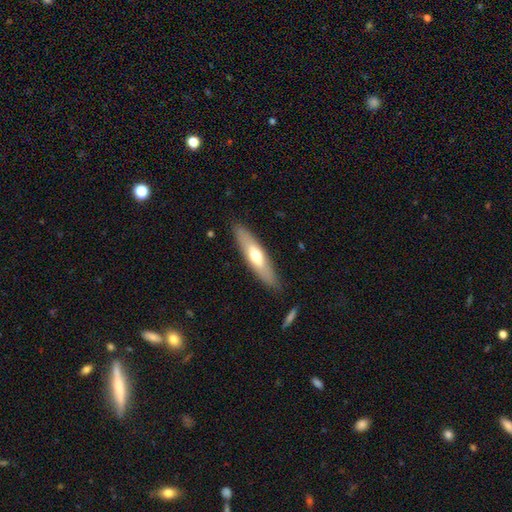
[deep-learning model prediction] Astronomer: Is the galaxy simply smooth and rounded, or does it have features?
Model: smooth — 53% (runner-up: featured or disk, 41%).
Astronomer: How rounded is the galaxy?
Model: cigar-shaped — 68%.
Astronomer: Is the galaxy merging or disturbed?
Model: none — 86%.